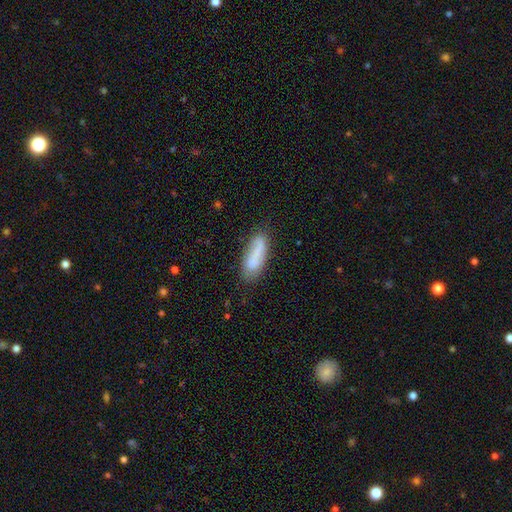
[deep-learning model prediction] Q: Smooth or featured?
A: smooth (70%); runner-up: featured or disk (22%)
Q: How rounded?
A: in between (59%); runner-up: cigar-shaped (39%)
Q: Merging?
A: none (67%); runner-up: minor disturbance (22%)